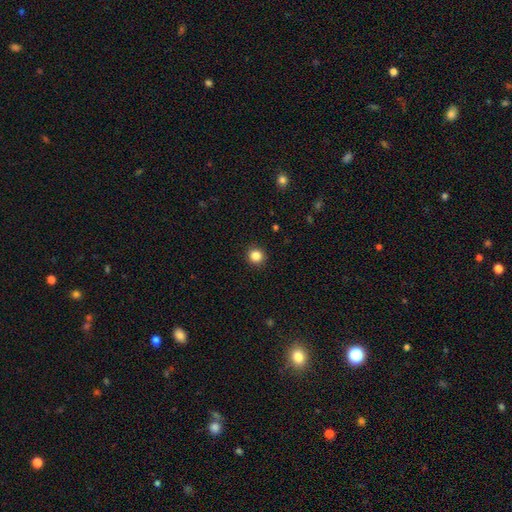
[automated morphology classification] A smooth galaxy with no disk features (85%) that is round (93%).

Vote fractions:
- Smooth or featured? smooth: 85% / star or artifact: 11% / featured or disk: 4%
- How rounded? round: 93% / in between: 6% / cigar-shaped: 1%
- Merging? none: 92% / minor disturbance: 5% / major disturbance: 2% / merger: 1%